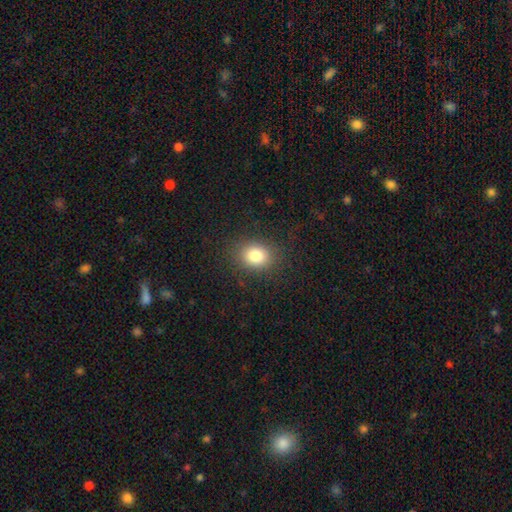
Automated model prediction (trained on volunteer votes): A smooth galaxy with no disk features (82%) that is round (56%). Merging: none (87%).